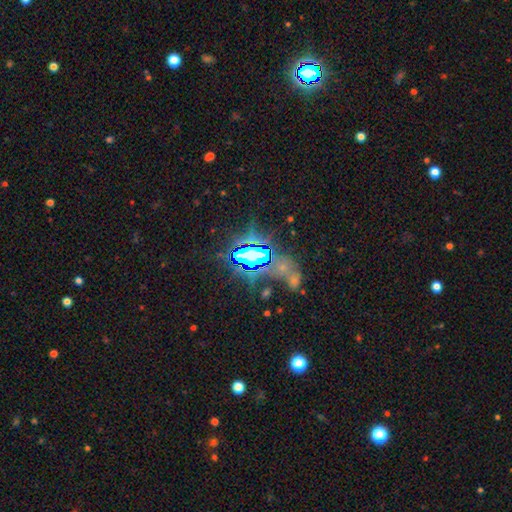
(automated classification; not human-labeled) smooth_or_featured: star or artifact (p=0.77) [alt: smooth p=0.14]